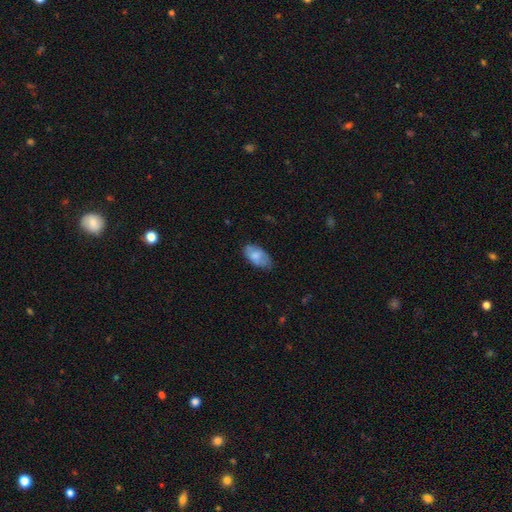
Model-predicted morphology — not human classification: smooth-or-featured: smooth: 72% | featured or disk: 21% | star or artifact: 6%
  how-rounded: in between: 94% | round: 3% | cigar-shaped: 3%
  merging: none: 70% | minor disturbance: 24% | major disturbance: 5% | merger: 1%